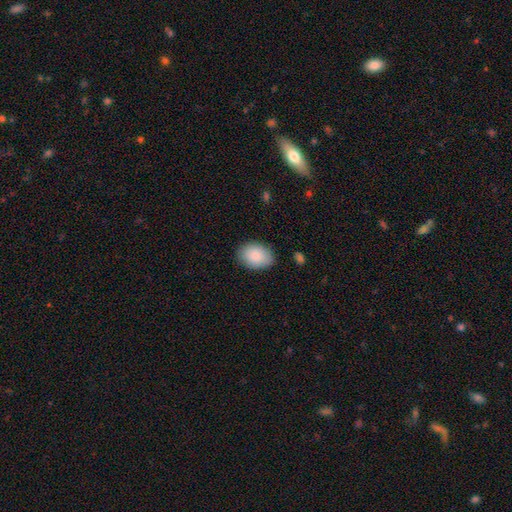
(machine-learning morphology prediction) smooth 88%, star or artifact 6%, featured or disk 6%. Down the decision tree: how rounded — in between (77%); merging — none (84%).